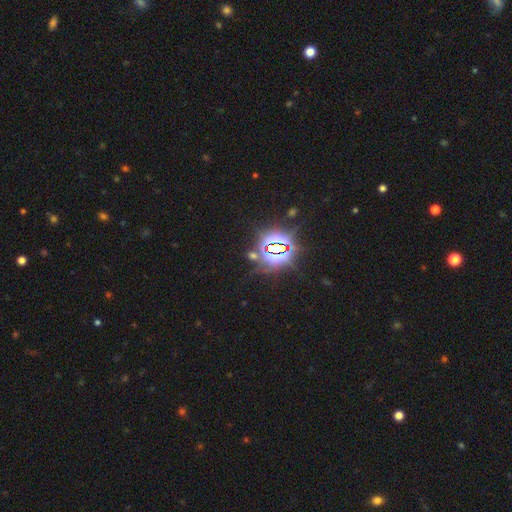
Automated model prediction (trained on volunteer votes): Smooth or featured?
  - star or artifact: 84% *
  - smooth: 9%
  - featured or disk: 7%